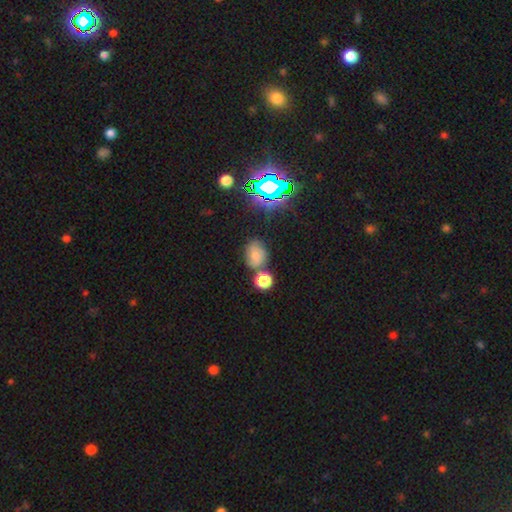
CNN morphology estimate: Overall: smooth (60%; star or artifact 22%). How rounded: in between (58%; round 40%). Merging: none (58%).